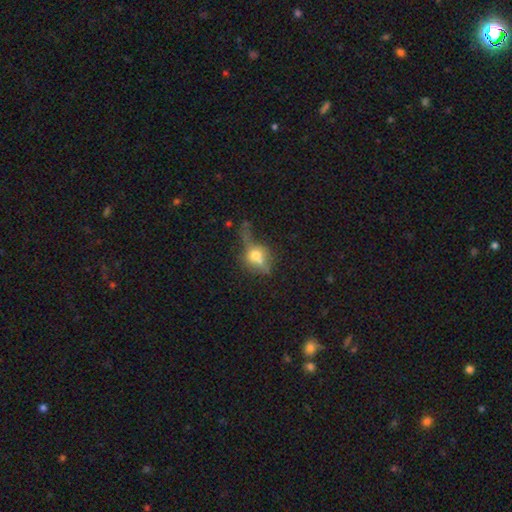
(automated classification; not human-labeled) Smooth or featured? Predicted: smooth (p=0.46). Merging? Predicted: none (p=0.42).